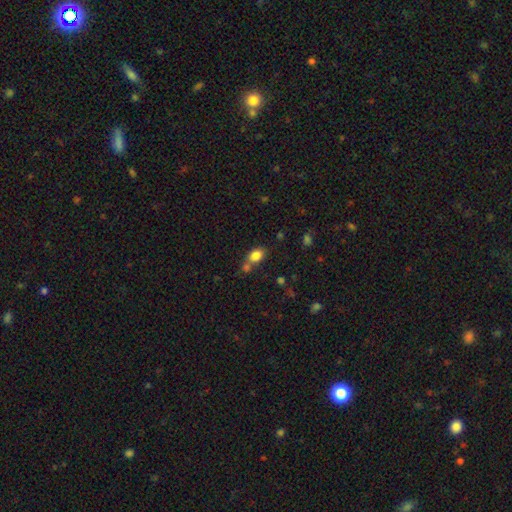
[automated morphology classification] smooth-or-featured: smooth: 83% | star or artifact: 10% | featured or disk: 6%
  how-rounded: in between: 73% | round: 26% | cigar-shaped: 2%
  merging: none: 50% | merger: 33% | minor disturbance: 12% | major disturbance: 5%